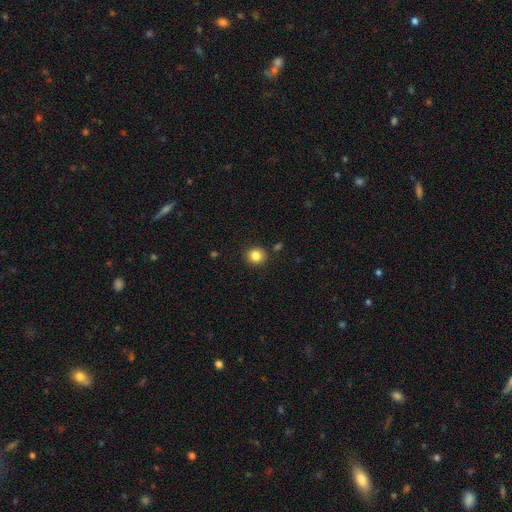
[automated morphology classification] This is clearly a smooth galaxy (84%). How rounded: clearly round (90%). Merging: clearly none (89%).